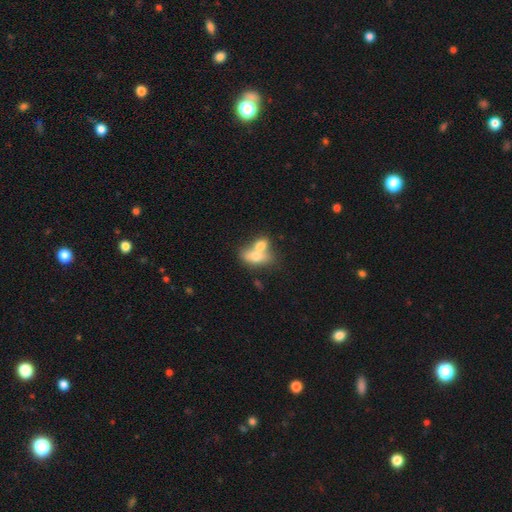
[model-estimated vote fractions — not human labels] smooth-or-featured: smooth: 68% | featured or disk: 24% | star or artifact: 8%
  how-rounded: in between: 77% | round: 19% | cigar-shaped: 4%
  merging: merger: 69% | none: 20% | minor disturbance: 7% | major disturbance: 4%